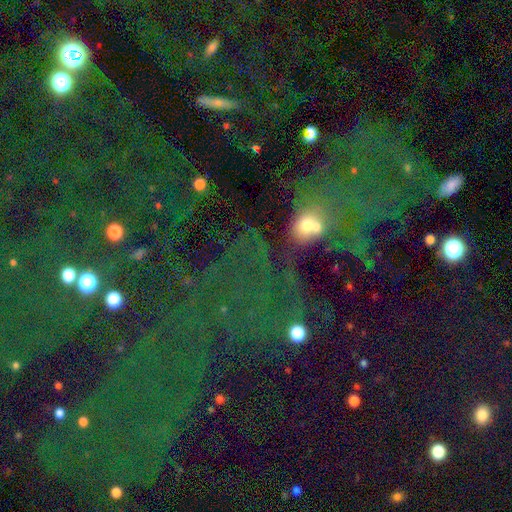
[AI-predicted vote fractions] Q: Smooth or featured?
A: star or artifact (58%); runner-up: smooth (24%)